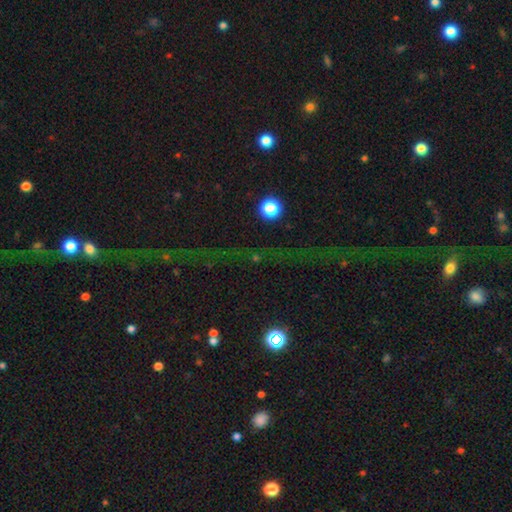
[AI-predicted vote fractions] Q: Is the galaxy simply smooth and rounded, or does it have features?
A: star or artifact — 72%.